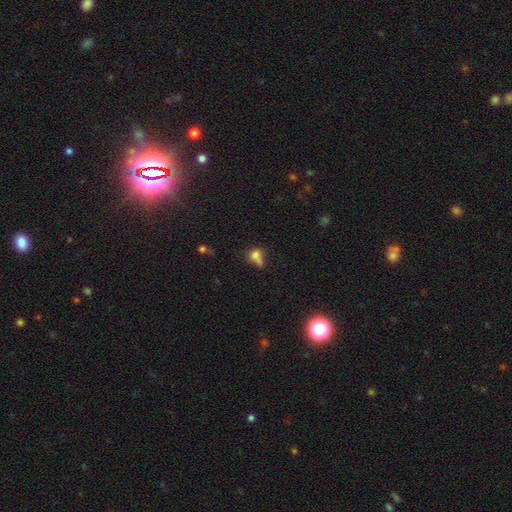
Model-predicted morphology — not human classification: Smooth or featured: smooth — 69% (star or artifact — 16%)
How rounded: in between — 49% (round — 46%)
Merging: none — 32% (minor disturbance — 25%)